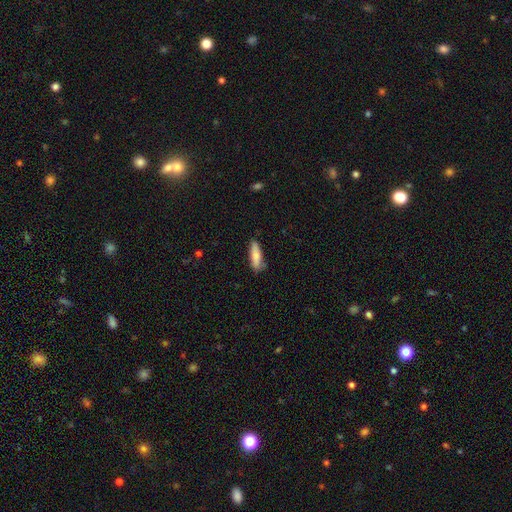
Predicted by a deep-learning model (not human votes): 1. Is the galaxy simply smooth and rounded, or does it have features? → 81% smooth, 13% featured or disk, 6% star or artifact.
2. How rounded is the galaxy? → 56% cigar-shaped, 43% in between, 2% round.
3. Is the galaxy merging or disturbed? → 73% none, 20% minor disturbance, 3% major disturbance, 3% merger.